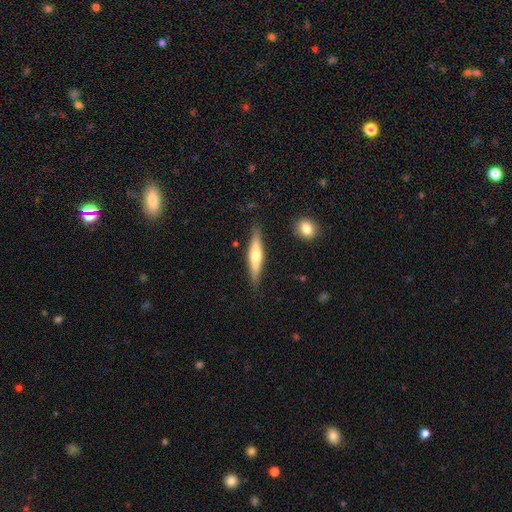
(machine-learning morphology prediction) type=featured or disk (52%); edge-on=yes (93%); merging=none (84%).